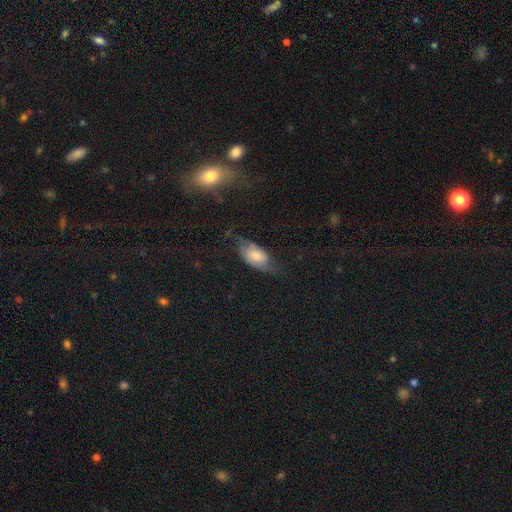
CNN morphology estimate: A smooth galaxy with no disk features (56%) that is in between round and cigar-shaped (90%). Merging: none (48%).